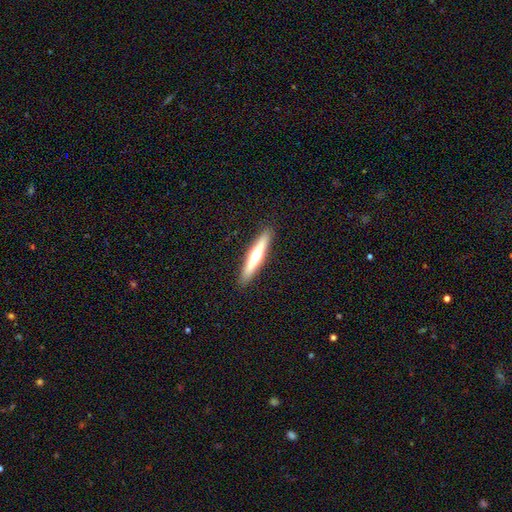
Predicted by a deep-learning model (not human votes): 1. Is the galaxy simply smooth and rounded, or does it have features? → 56% featured or disk, 39% smooth, 5% star or artifact.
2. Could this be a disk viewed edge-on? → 96% yes, 4% no.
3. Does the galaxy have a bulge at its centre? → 89% rounded, 8% none, 4% boxy.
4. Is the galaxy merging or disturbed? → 91% none, 7% minor disturbance, 1% major disturbance, 1% merger.